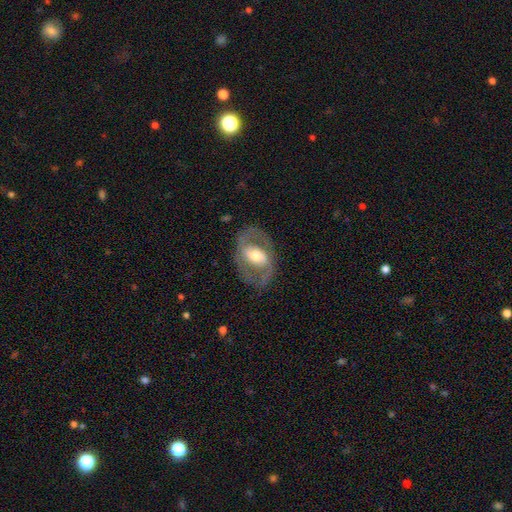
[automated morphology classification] Smooth or featured? featured or disk (77%)
Edge-on disk? no (95%)
Bar? weak (38%)
Spiral arms? yes (76%)
Spiral winding? medium (54%)
Spiral arm count? 2 (86%)
Bulge size? moderate (63%)
Merging? none (76%)